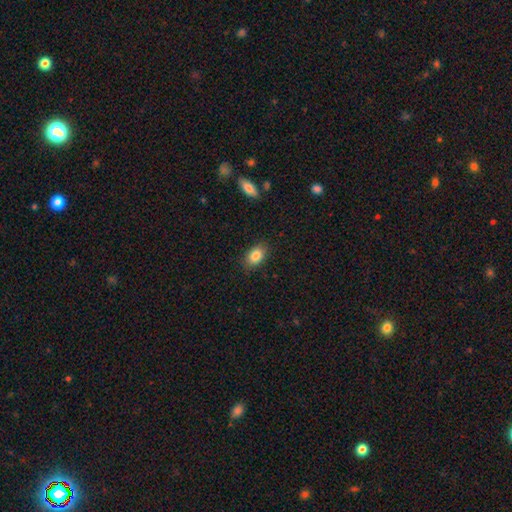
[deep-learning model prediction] A smooth galaxy with no disk features (86%) that is in between round and cigar-shaped (87%).

Vote fractions:
- Smooth or featured? smooth: 86% / star or artifact: 8% / featured or disk: 7%
- How rounded? in between: 87% / round: 11% / cigar-shaped: 2%
- Merging? none: 86% / minor disturbance: 10% / major disturbance: 3% / merger: 1%